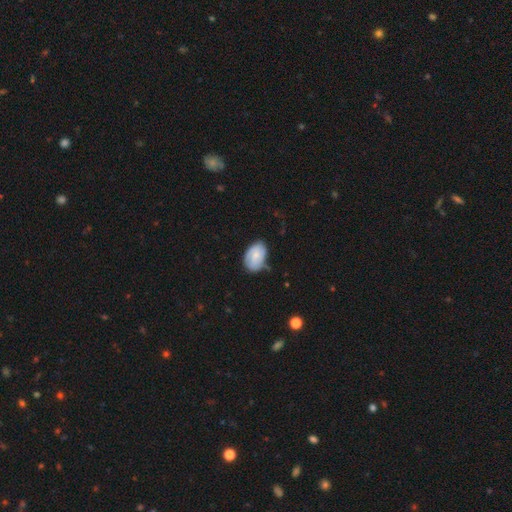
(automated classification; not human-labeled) Smooth or featured? Predicted: smooth (p=0.58). How rounded? Predicted: in between (p=0.88). Merging? Predicted: none (p=0.60).